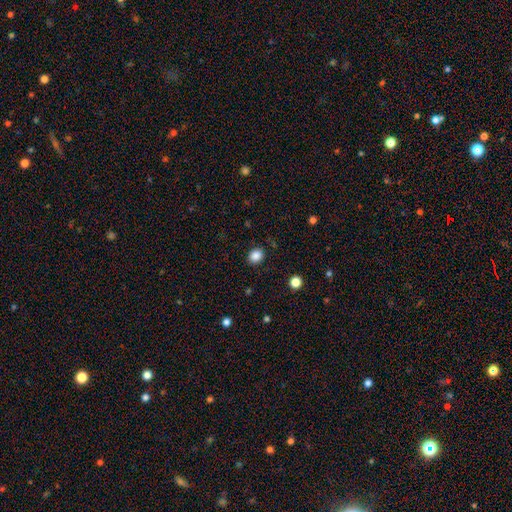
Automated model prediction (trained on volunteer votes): smooth 86%, star or artifact 10%, featured or disk 3%. Down the decision tree: how rounded — round (58%); merging — none (88%).